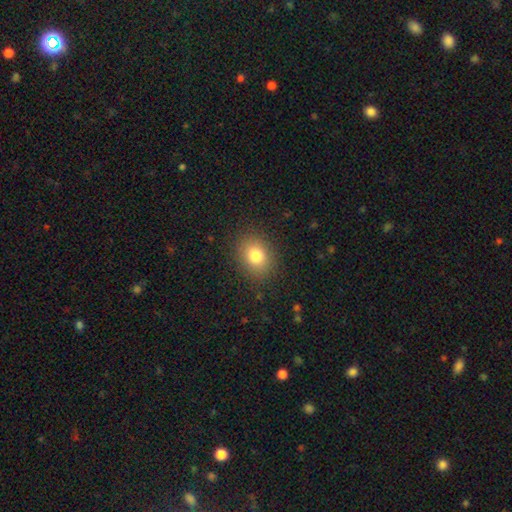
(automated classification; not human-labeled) A smooth galaxy with no disk features (80%) that is in between round and cigar-shaped (50%). Merging: none (86%).